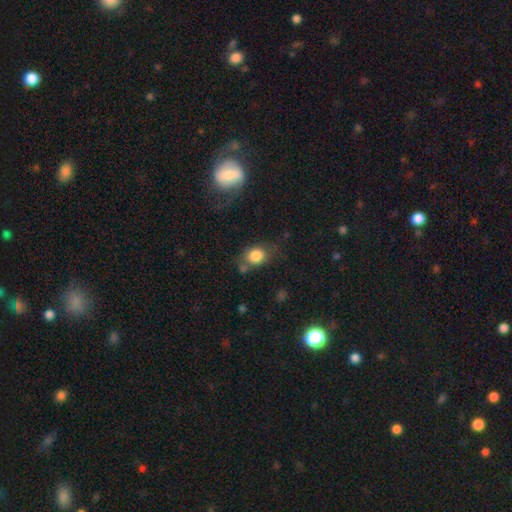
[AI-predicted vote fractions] Overall: smooth (82%). How rounded: round (51%; in between 48%). Merging: none (61%).